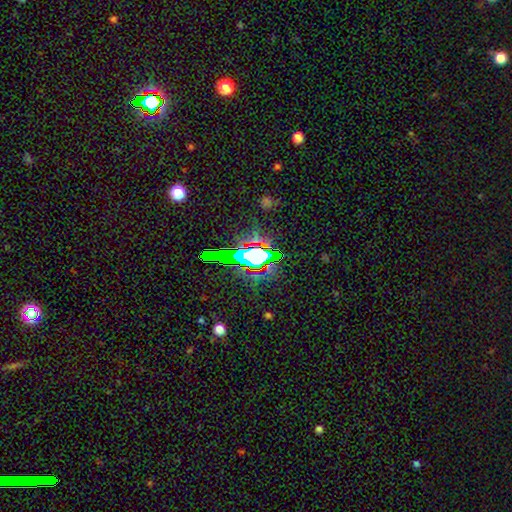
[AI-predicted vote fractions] star or artifact 65%, smooth 22%, featured or disk 13%.